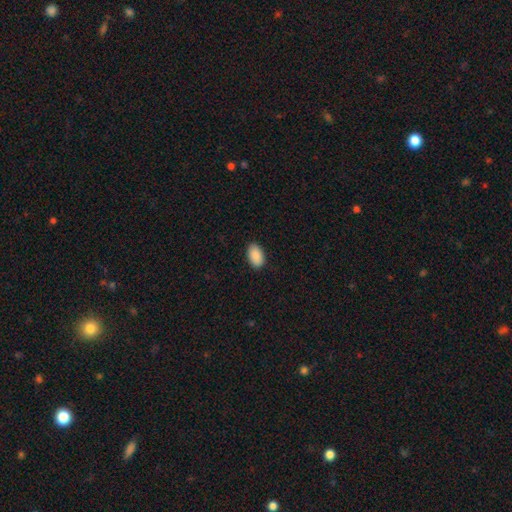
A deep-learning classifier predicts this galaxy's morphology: smooth_or_featured: smooth (p=0.91) [alt: star or artifact p=0.06]
how_rounded: in between (p=0.94) [alt: round p=0.04]
merging: none (p=0.90) [alt: minor disturbance p=0.08]